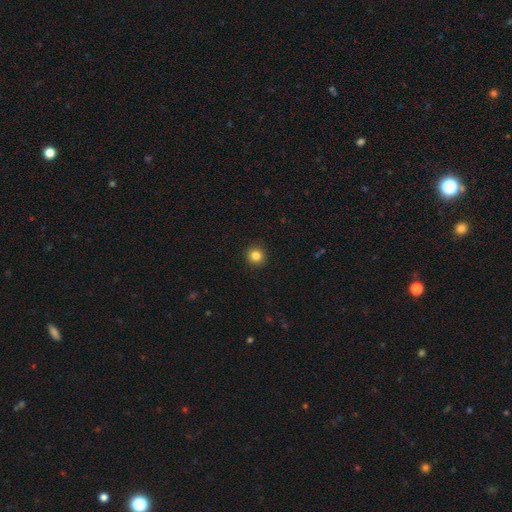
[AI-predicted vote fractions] Q: Smooth or featured?
A: smooth (84%); runner-up: star or artifact (11%)
Q: How rounded?
A: round (94%); runner-up: in between (5%)
Q: Merging?
A: none (93%); runner-up: minor disturbance (5%)